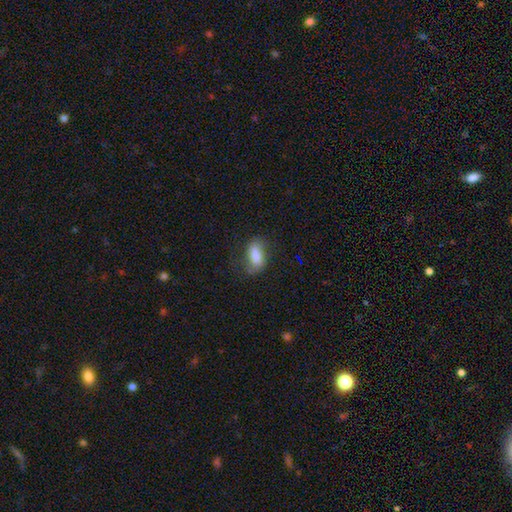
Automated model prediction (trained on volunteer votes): Smooth or featured: smooth — 71% (featured or disk — 21%)
How rounded: in between — 83% (cigar-shaped — 11%)
Merging: none — 65% (minor disturbance — 23%)